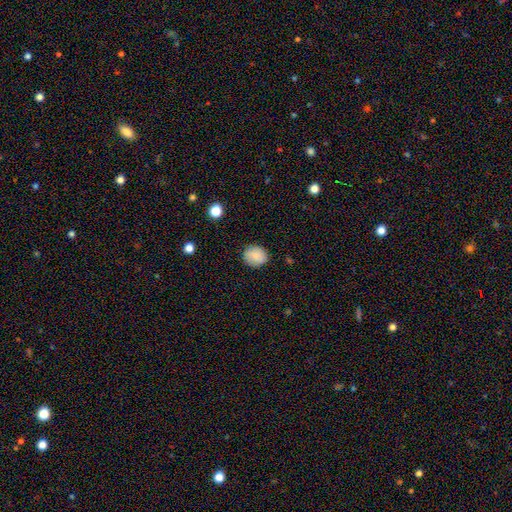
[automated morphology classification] A smooth galaxy with no disk features (85%) that is round (72%).

Vote fractions:
- Smooth or featured? smooth: 85% / star or artifact: 8% / featured or disk: 7%
- How rounded? round: 72% / in between: 27% / cigar-shaped: 1%
- Merging? none: 86% / minor disturbance: 10% / major disturbance: 2% / merger: 1%